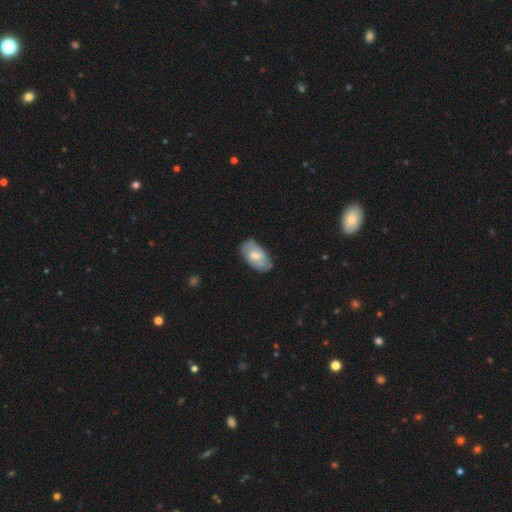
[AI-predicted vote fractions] A smooth galaxy with no disk features (60%) that is in between round and cigar-shaped (94%).

Vote fractions:
- Smooth or featured? smooth: 60% / featured or disk: 35% / star or artifact: 6%
- How rounded? in between: 94% / round: 4% / cigar-shaped: 2%
- Merging? none: 70% / minor disturbance: 23% / major disturbance: 5% / merger: 1%